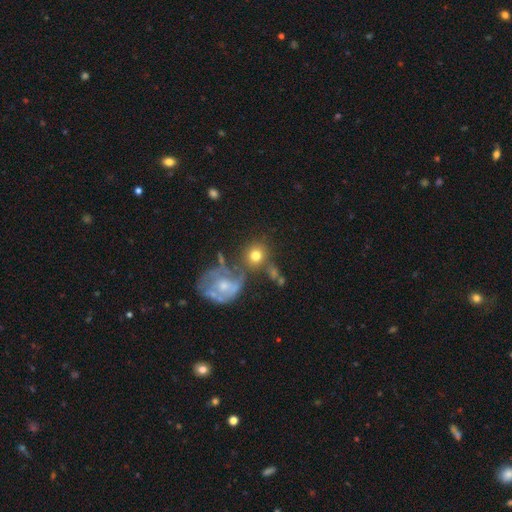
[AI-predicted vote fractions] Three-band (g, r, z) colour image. It shows a smooth galaxy with no disk features (72%) that is round (84%). Merging: none (55%).